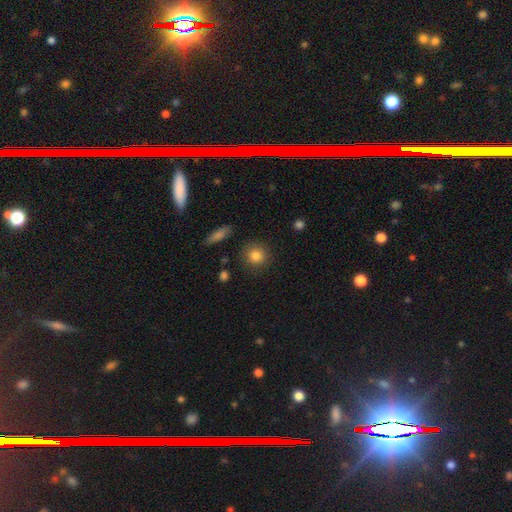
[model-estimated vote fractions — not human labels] Smooth or featured? smooth (83%)
How rounded? round (92%)
Merging? none (88%)